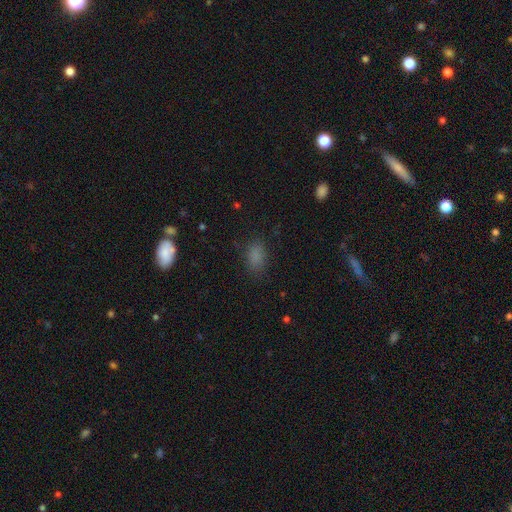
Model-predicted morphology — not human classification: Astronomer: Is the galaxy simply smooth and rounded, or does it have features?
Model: smooth — 82%.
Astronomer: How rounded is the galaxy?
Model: in between — 87%.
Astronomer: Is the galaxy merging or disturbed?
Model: none — 79%.